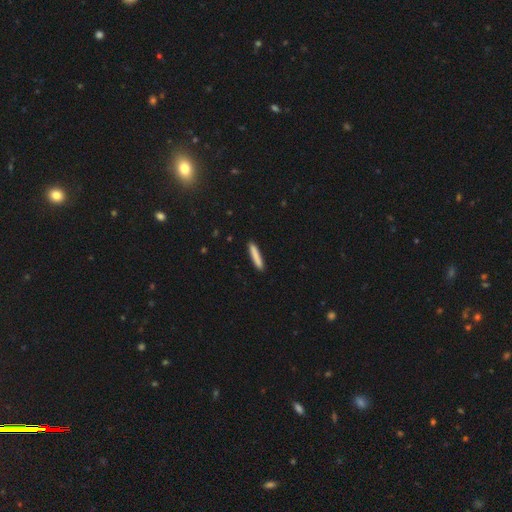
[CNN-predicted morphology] smooth_or_featured: smooth (p=0.84) [alt: featured or disk p=0.10]
how_rounded: cigar-shaped (p=0.93) [alt: in between p=0.06]
merging: none (p=0.90) [alt: minor disturbance p=0.07]